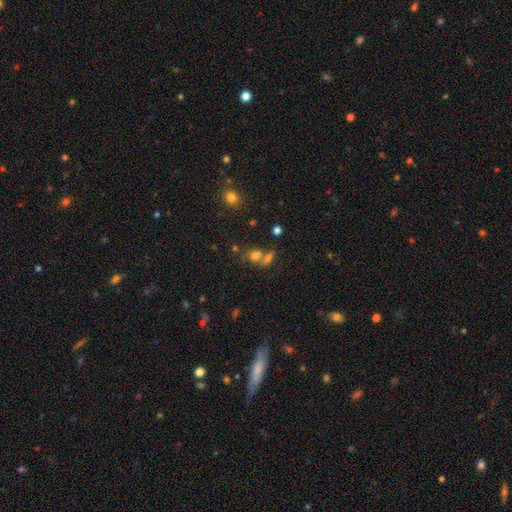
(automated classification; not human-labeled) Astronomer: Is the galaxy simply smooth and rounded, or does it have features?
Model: smooth — 66%.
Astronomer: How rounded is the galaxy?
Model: in between — 50% (runner-up: round, 46%).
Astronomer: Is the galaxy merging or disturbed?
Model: merger — 44% (runner-up: none, 40%).